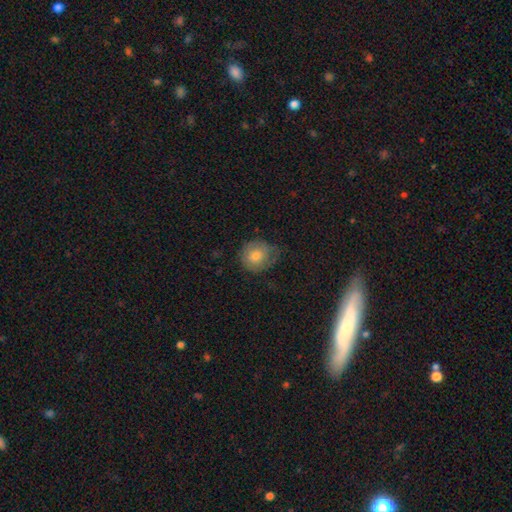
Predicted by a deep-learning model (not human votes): Smooth or featured: smooth — 69% (featured or disk — 21%)
How rounded: round — 78% (in between — 21%)
Merging: none — 60% (minor disturbance — 29%)